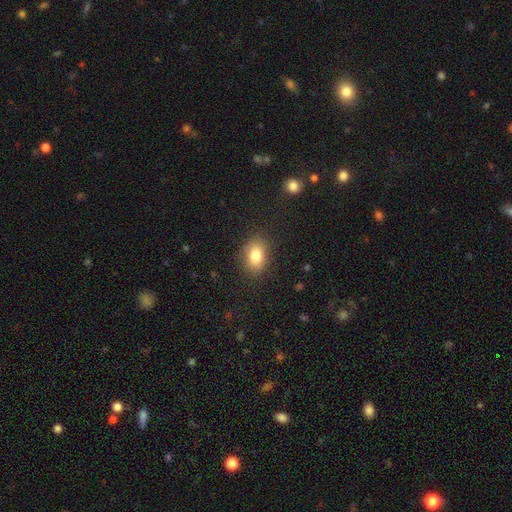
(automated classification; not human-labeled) This appears to be a smooth galaxy with no disk features (82%) that is in between round and cigar-shaped (78%). Merging: none (85%).